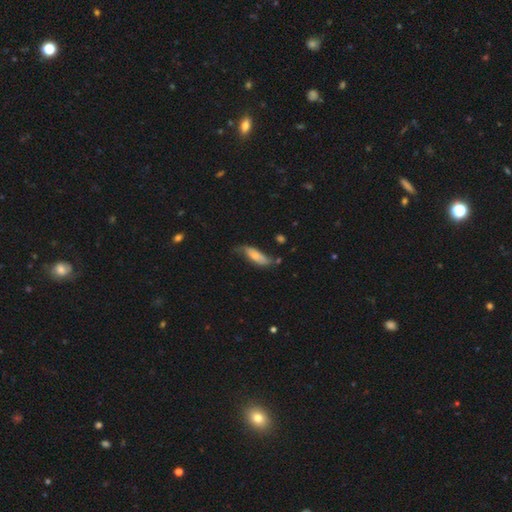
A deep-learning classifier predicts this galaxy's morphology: type=smooth (62%); roundness=in between (58%); merging=none (51%).